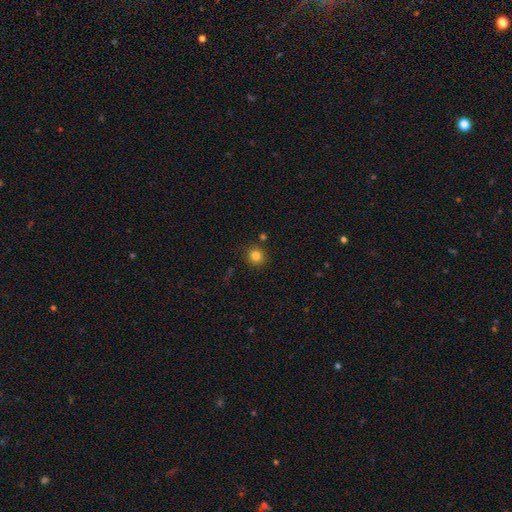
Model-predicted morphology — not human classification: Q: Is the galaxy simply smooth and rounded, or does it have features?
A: smooth — 82%.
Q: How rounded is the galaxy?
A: round — 87%.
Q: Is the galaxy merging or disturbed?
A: none — 87%.